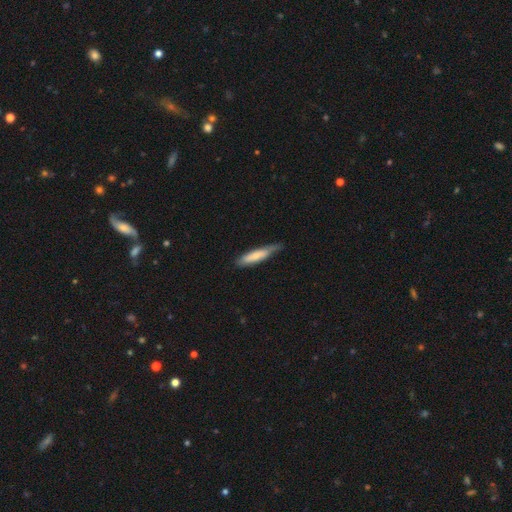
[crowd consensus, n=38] smooth-or-featured: smooth: 76% | featured or disk: 21% | star or artifact: 3%
  how-rounded: cigar-shaped: 86% | in between: 14% | round: 0%
  merging: none: 76% | minor disturbance: 16% | major disturbance: 8% | merger: 0%